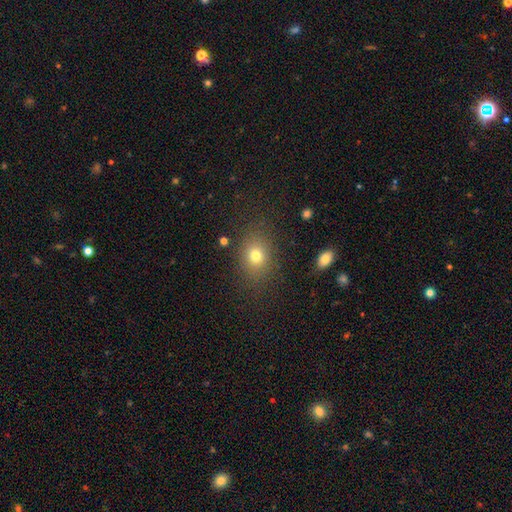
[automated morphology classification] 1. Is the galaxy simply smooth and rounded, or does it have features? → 76% smooth, 14% star or artifact, 10% featured or disk.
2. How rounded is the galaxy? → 51% in between, 47% round, 1% cigar-shaped.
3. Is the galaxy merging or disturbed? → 81% none, 11% minor disturbance, 5% major disturbance, 2% merger.